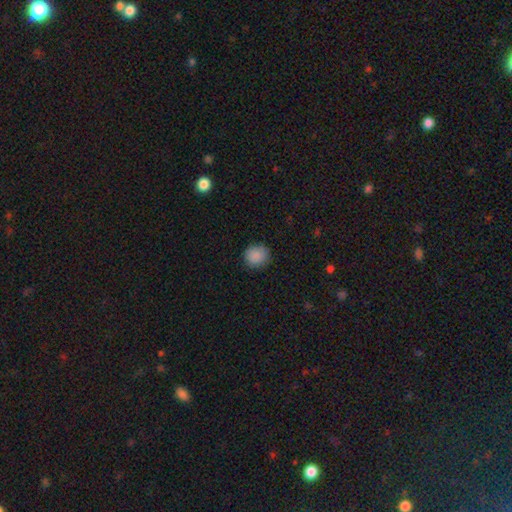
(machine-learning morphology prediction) smooth_or_featured: smooth (p=0.88) [alt: star or artifact p=0.09]
how_rounded: round (p=0.89) [alt: in between p=0.10]
merging: none (p=0.87) [alt: minor disturbance p=0.09]